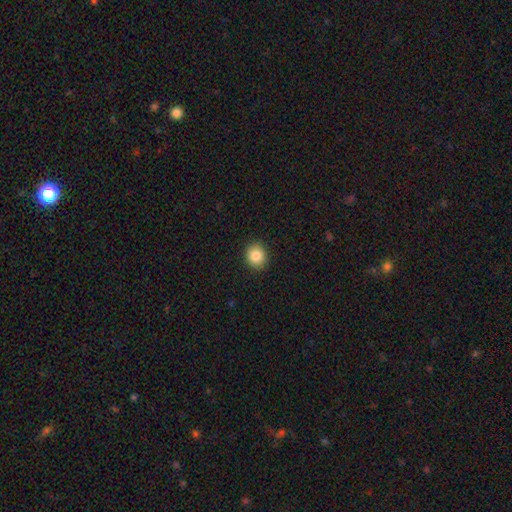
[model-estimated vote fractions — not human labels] Smooth or featured?
  - smooth: 85% *
  - star or artifact: 9%
  - featured or disk: 6%
How rounded?
  - round: 78% *
  - in between: 22%
  - cigar-shaped: 1%
Merging?
  - none: 91% *
  - minor disturbance: 6%
  - major disturbance: 2%
  - merger: 1%